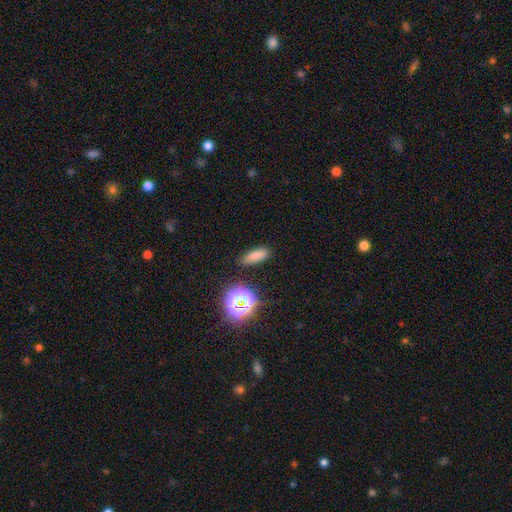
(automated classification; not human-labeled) Overall: smooth (74%). How rounded: in between (56%; cigar-shaped 34%). Merging: none (84%).